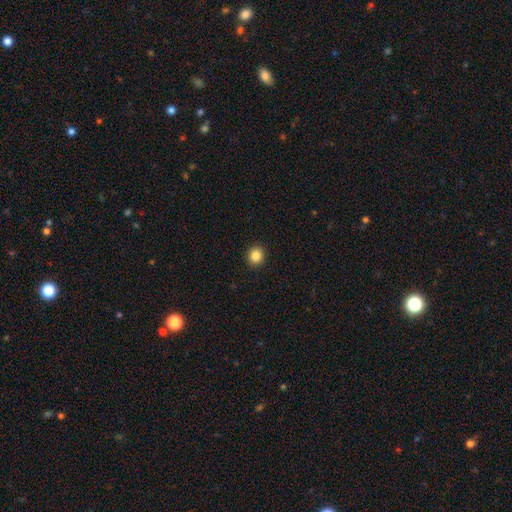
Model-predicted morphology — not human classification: This appears to be a smooth galaxy with no disk features (86%) that is round (85%). Merging: none (93%).